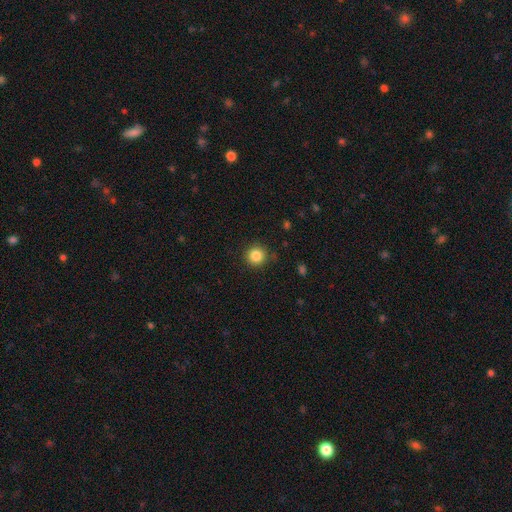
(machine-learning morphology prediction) This is clearly a smooth galaxy (85%). How rounded: clearly round (94%). Merging: clearly none (88%).